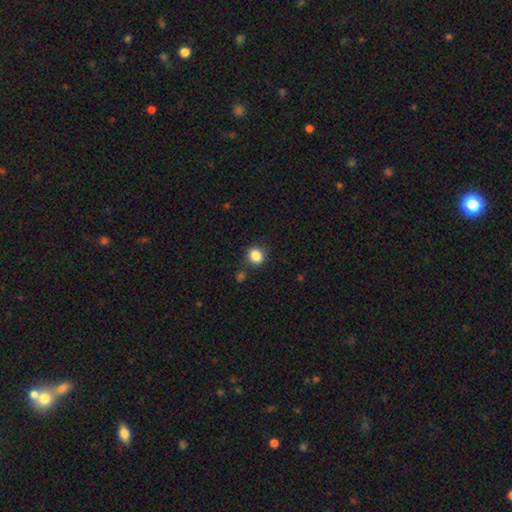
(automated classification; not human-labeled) The model was most divided on "how rounded": round: 71%, in between: 28%, cigar-shaped: 1%. More confident: smooth or featured — smooth (85%); merging — none (83%).